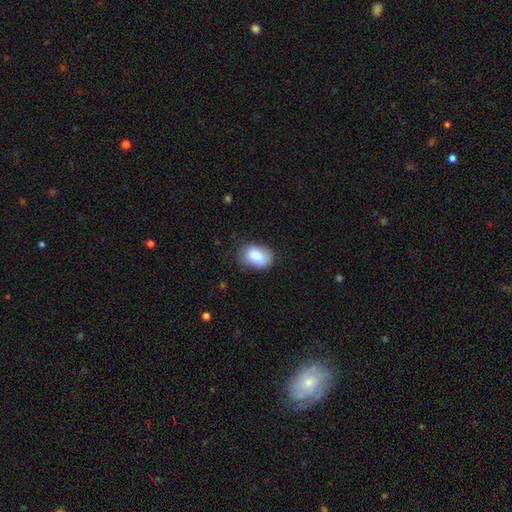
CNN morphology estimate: smooth_or_featured: smooth (p=0.81) [alt: featured or disk p=0.11]
how_rounded: in between (p=0.79) [alt: round p=0.20]
merging: none (p=0.73) [alt: minor disturbance p=0.21]